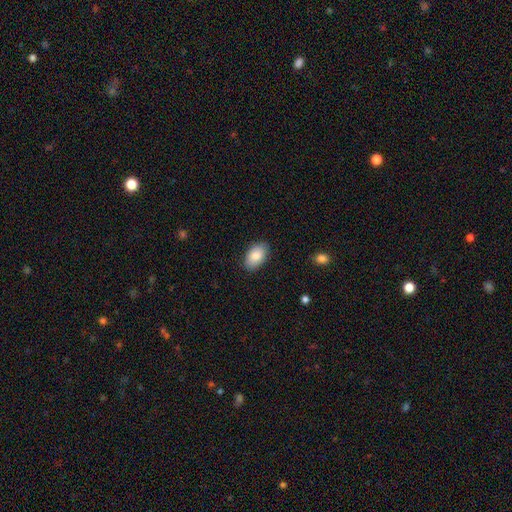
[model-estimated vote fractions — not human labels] This is clearly a smooth galaxy (86%). How rounded: clearly in between (93%). Merging: clearly none (87%).